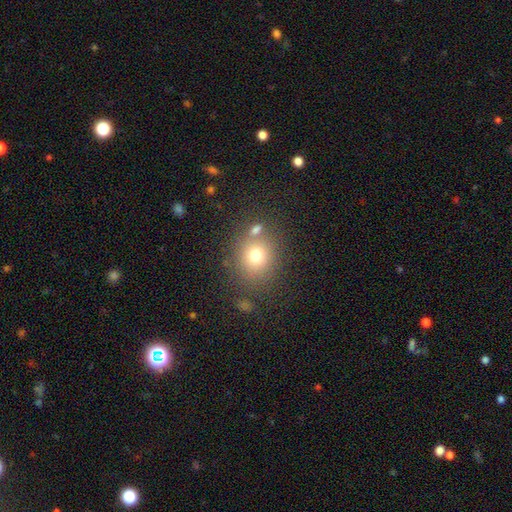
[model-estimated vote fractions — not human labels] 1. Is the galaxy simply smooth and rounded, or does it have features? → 73% smooth, 15% star or artifact, 12% featured or disk.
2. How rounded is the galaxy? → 76% round, 23% in between, 1% cigar-shaped.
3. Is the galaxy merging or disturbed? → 68% none, 15% merger, 12% minor disturbance, 6% major disturbance.